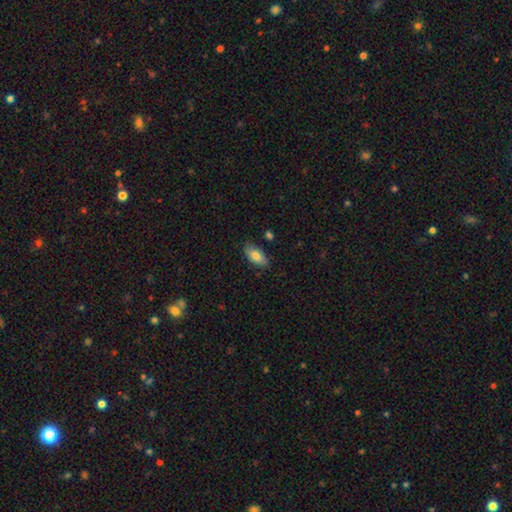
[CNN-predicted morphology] A smooth galaxy with no disk features (79%) that is in between round and cigar-shaped (91%).

Vote fractions:
- Smooth or featured? smooth: 79% / featured or disk: 14% / star or artifact: 7%
- How rounded? in between: 91% / cigar-shaped: 6% / round: 3%
- Merging? none: 82% / minor disturbance: 14% / major disturbance: 2% / merger: 2%